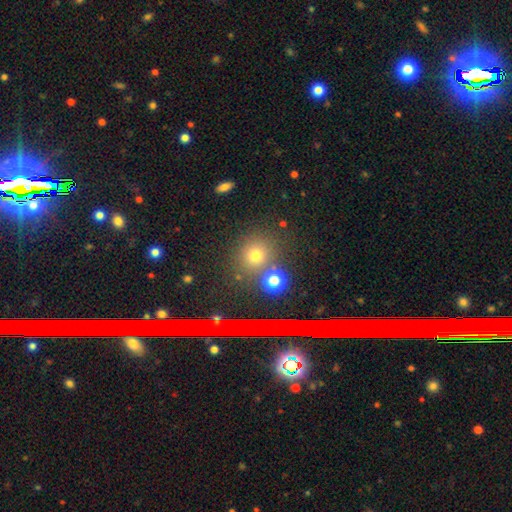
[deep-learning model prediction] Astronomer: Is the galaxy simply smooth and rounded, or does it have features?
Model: smooth — 67%.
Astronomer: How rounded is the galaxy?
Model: round — 83%.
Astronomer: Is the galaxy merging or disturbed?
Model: none — 76%.